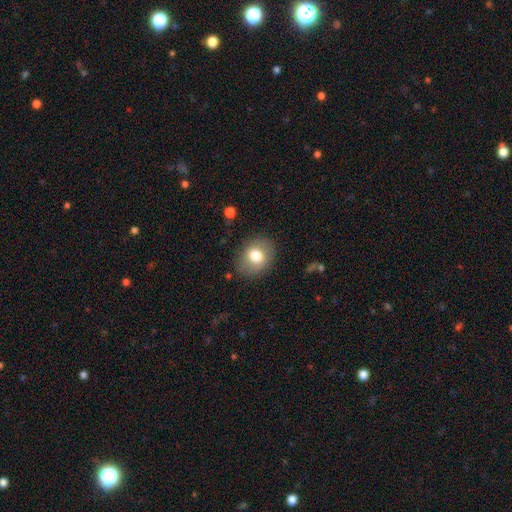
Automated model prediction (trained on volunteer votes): smooth_or_featured: smooth (p=0.75) [alt: featured or disk p=0.16]
how_rounded: round (p=0.53) [alt: in between p=0.46]
merging: none (p=0.81) [alt: minor disturbance p=0.13]